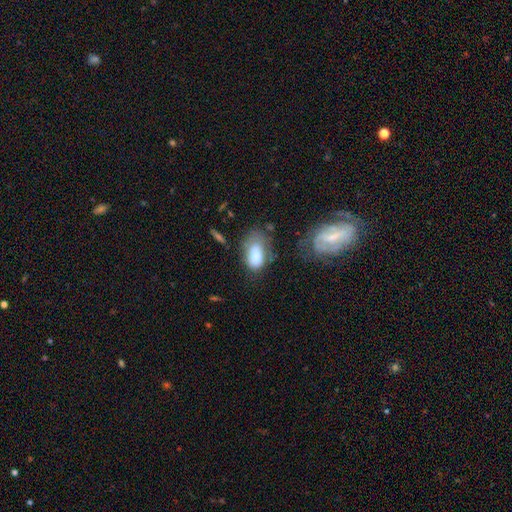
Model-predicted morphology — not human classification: This appears to be a smooth galaxy with no disk features (78%) that is in between round and cigar-shaped (92%). Merging: none (40%).